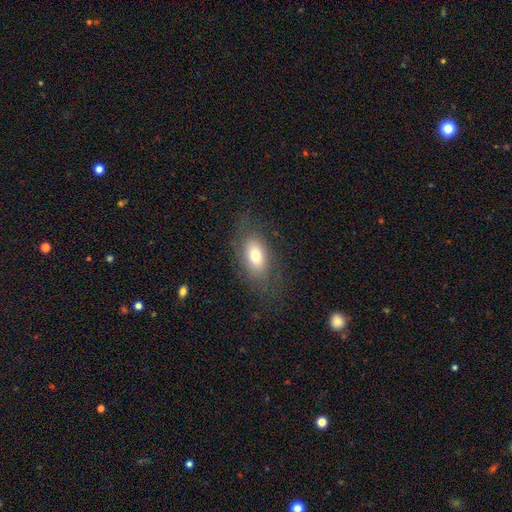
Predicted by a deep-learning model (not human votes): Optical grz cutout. It shows a smooth galaxy with no disk features (69%) that is in between round and cigar-shaped (89%). Merging: none (74%).